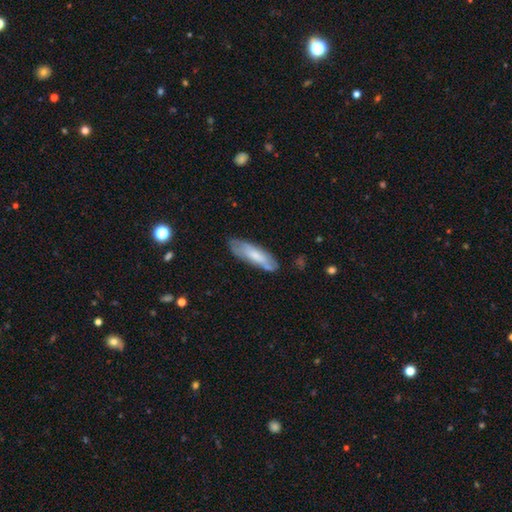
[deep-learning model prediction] A smooth galaxy with no disk features (58%) that is cigar-shaped (55%).

Vote fractions:
- Smooth or featured? smooth: 58% / featured or disk: 36% / star or artifact: 6%
- How rounded? cigar-shaped: 55% / in between: 44% / round: 2%
- Merging? none: 73% / minor disturbance: 20% / major disturbance: 5% / merger: 2%